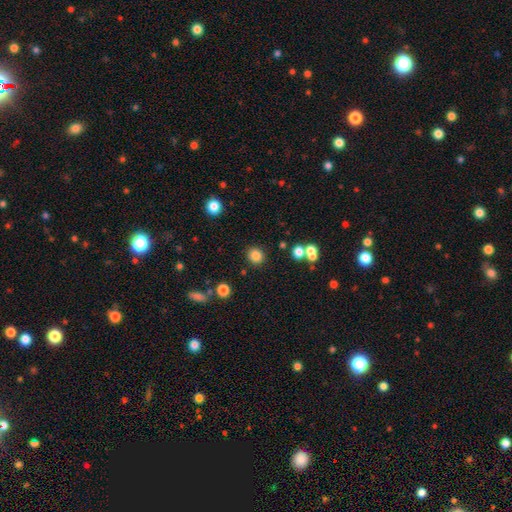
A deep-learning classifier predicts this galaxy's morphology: Smooth or featured: smooth — 83% (star or artifact — 12%)
How rounded: round — 85% (in between — 14%)
Merging: none — 86% (minor disturbance — 7%)